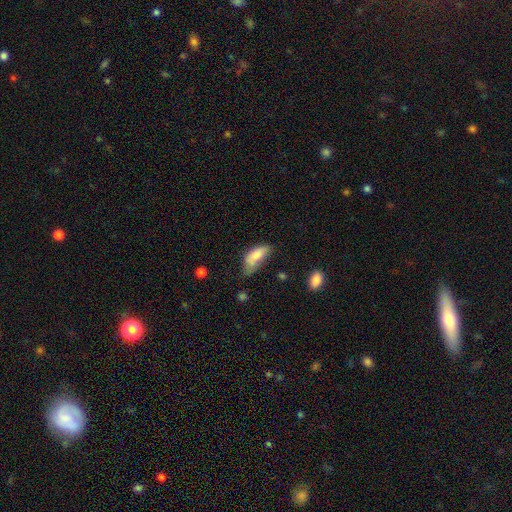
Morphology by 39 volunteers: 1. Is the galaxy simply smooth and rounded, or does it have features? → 77% smooth, 18% featured or disk, 5% star or artifact.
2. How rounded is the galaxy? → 87% in between, 10% cigar-shaped, 3% round.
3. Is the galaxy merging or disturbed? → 41% major disturbance, 30% minor disturbance, 19% none, 11% merger.